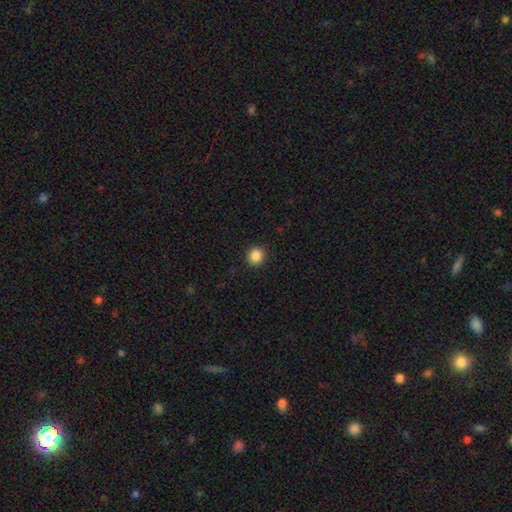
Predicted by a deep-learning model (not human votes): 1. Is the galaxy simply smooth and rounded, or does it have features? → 88% smooth, 10% star or artifact, 3% featured or disk.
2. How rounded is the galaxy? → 90% round, 9% in between, 1% cigar-shaped.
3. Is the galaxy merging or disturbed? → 92% none, 6% minor disturbance, 2% major disturbance, 1% merger.